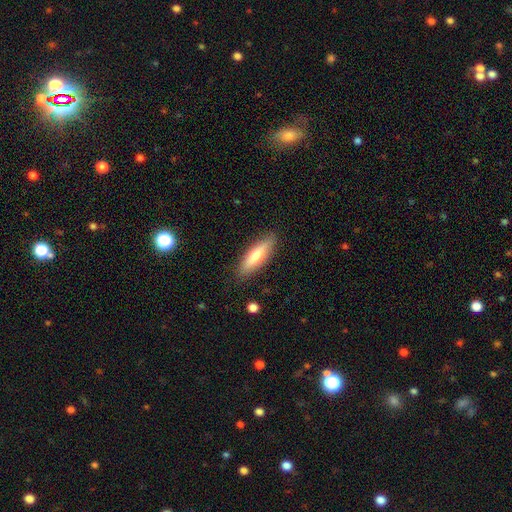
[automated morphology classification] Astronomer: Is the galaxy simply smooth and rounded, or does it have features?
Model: smooth — 69%.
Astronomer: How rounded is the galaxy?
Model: cigar-shaped — 63%.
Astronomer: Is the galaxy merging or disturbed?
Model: none — 87%.